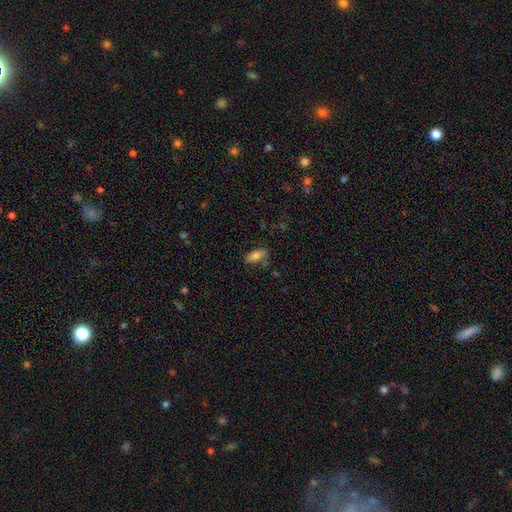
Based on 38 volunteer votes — Smooth or featured?
  - smooth: 84% *
  - featured or disk: 13%
  - star or artifact: 3%
How rounded?
  - in between: 91% *
  - cigar-shaped: 6%
  - round: 3%
Merging?
  - none: 65% *
  - minor disturbance: 27%
  - major disturbance: 5%
  - merger: 3%